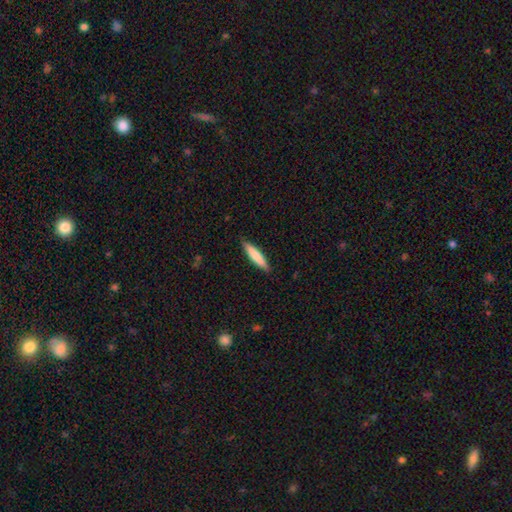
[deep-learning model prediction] Morphology: type=smooth (75%); roundness=cigar-shaped (86%); merging=none (88%).